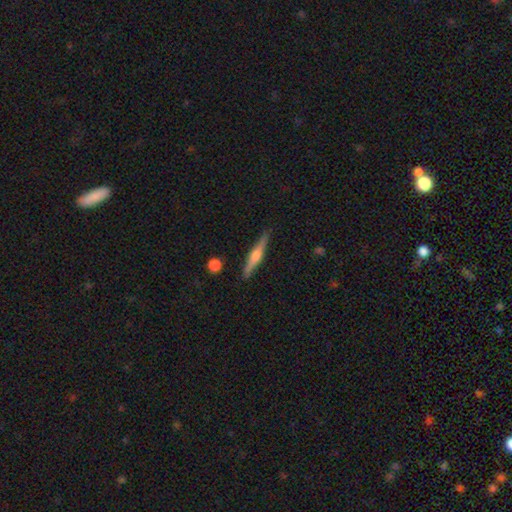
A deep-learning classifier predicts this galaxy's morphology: Overall: featured or disk (64%; smooth 31%). Edge-on disk: yes (97%). Edge-on bulge: rounded (82%). Merging: none (88%).